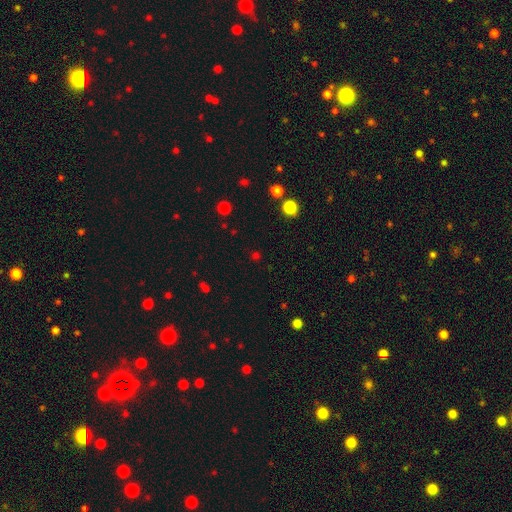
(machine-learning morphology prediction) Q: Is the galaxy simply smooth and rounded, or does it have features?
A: star or artifact — 50%.